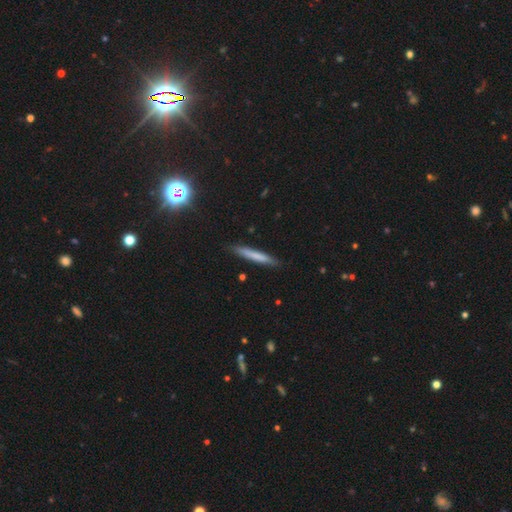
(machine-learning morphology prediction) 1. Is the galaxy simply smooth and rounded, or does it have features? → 70% smooth, 24% featured or disk, 7% star or artifact.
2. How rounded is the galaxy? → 95% cigar-shaped, 3% in between, 1% round.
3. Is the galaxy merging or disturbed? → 87% none, 10% minor disturbance, 2% major disturbance, 1% merger.